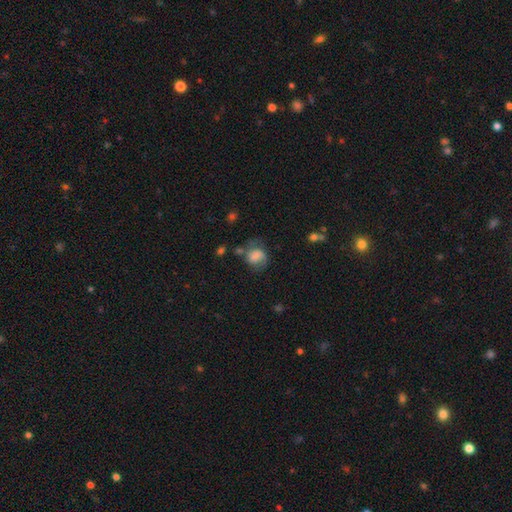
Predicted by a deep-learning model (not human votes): Morphology: type=smooth (60%); roundness=round (61%); merging=none (44%).